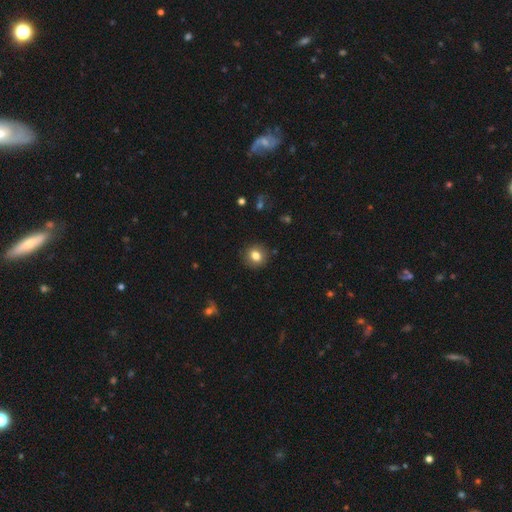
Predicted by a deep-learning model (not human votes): A smooth galaxy with no disk features (81%) that is round (81%).

Vote fractions:
- Smooth or featured? smooth: 81% / star or artifact: 11% / featured or disk: 9%
- How rounded? round: 81% / in between: 18% / cigar-shaped: 1%
- Merging? none: 89% / minor disturbance: 8% / major disturbance: 2% / merger: 1%